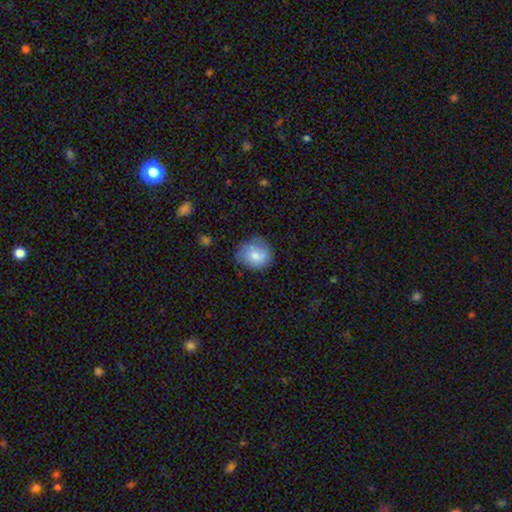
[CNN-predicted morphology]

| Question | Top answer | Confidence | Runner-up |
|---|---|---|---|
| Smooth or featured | smooth | 77% | featured or disk (16%) |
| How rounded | round | 76% | in between (23%) |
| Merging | none | 67% | minor disturbance (25%) |